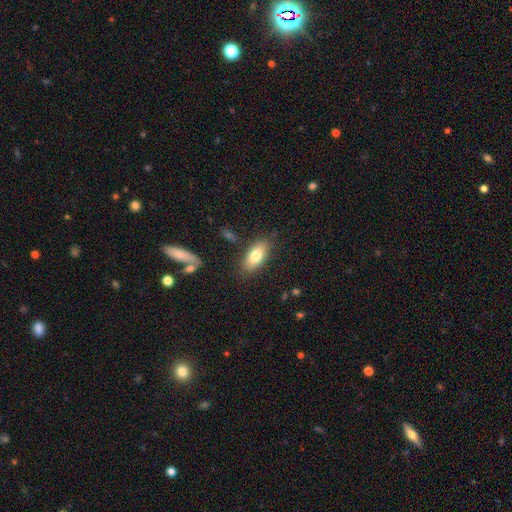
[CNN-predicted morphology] smooth-or-featured: smooth: 76% | featured or disk: 17% | star or artifact: 7%
  how-rounded: in between: 89% | cigar-shaped: 8% | round: 4%
  merging: none: 83% | minor disturbance: 12% | major disturbance: 3% | merger: 3%